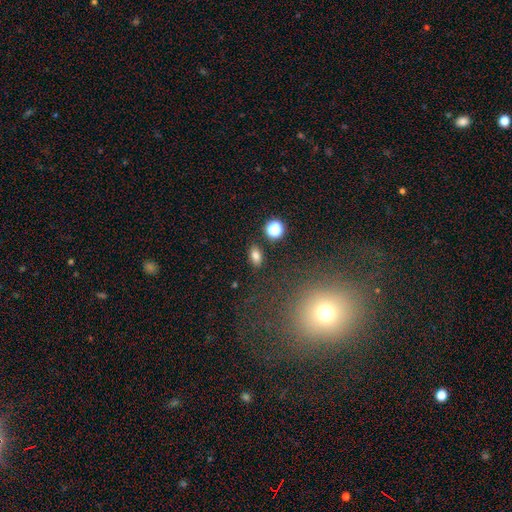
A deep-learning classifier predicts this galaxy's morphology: Smooth or featured? Predicted: smooth (p=0.79). How rounded? Predicted: in between (p=0.84). Merging? Predicted: none (p=0.86).